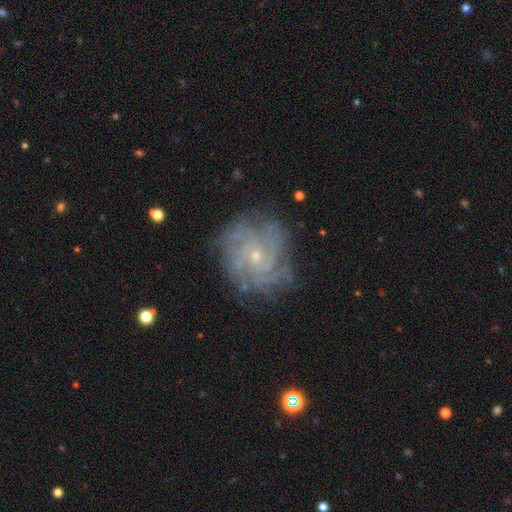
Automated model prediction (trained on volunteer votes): Q: Smooth or featured?
A: featured or disk (82%); runner-up: smooth (9%)
Q: Edge-on disk?
A: no (97%); runner-up: yes (3%)
Q: Bar?
A: no (74%); runner-up: weak (22%)
Q: Spiral arms?
A: yes (94%); runner-up: no (6%)
Q: Spiral winding?
A: tight (64%); runner-up: medium (29%)
Q: Spiral arm count?
A: can't tell (34%); runner-up: 4 (21%)
Q: Bulge size?
A: small (75%); runner-up: moderate (21%)
Q: Merging?
A: none (76%); runner-up: minor disturbance (16%)